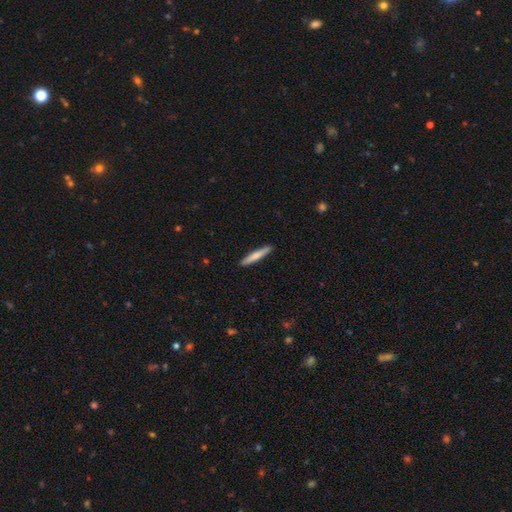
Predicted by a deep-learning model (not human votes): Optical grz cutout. It shows a smooth galaxy with no disk features (72%) that is cigar-shaped (94%). Merging: none (90%).